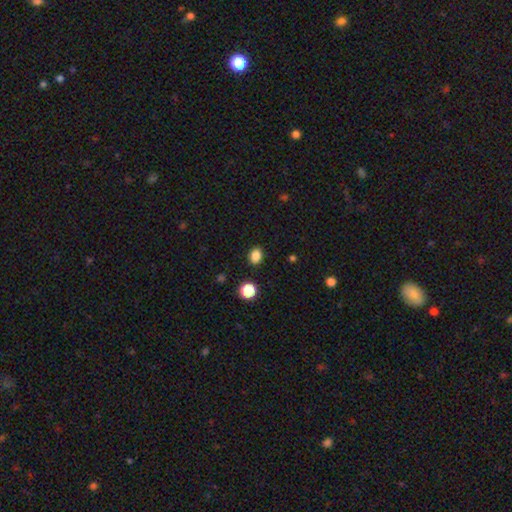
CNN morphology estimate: Smooth or featured? smooth (86%)
How rounded? in between (57%)
Merging? none (88%)